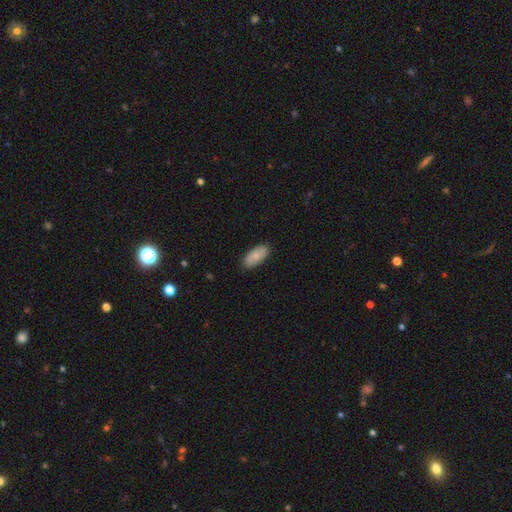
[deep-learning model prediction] smooth-or-featured: smooth: 80% | featured or disk: 14% | star or artifact: 6%
  how-rounded: in between: 90% | cigar-shaped: 8% | round: 2%
  merging: none: 86% | minor disturbance: 11% | major disturbance: 2% | merger: 1%